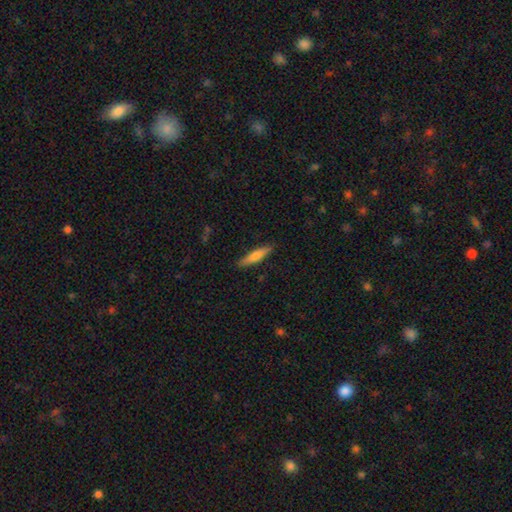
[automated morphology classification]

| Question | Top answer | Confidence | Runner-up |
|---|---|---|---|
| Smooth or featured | smooth | 63% | featured or disk (31%) |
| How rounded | cigar-shaped | 85% | in between (13%) |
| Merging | none | 89% | minor disturbance (8%) |